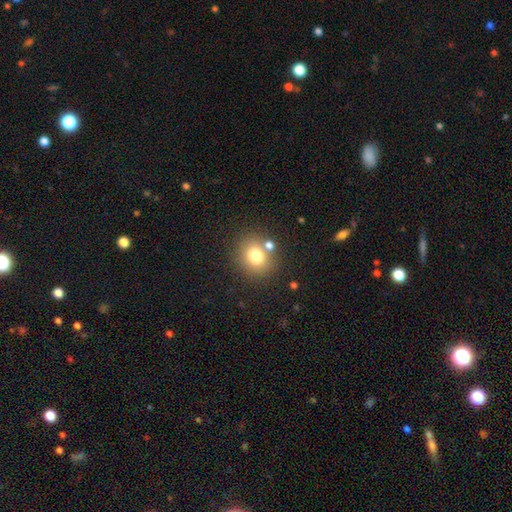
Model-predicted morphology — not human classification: smooth-or-featured: smooth: 76% | star or artifact: 13% | featured or disk: 11%
  how-rounded: round: 76% | in between: 23% | cigar-shaped: 1%
  merging: none: 74% | merger: 13% | minor disturbance: 10% | major disturbance: 4%